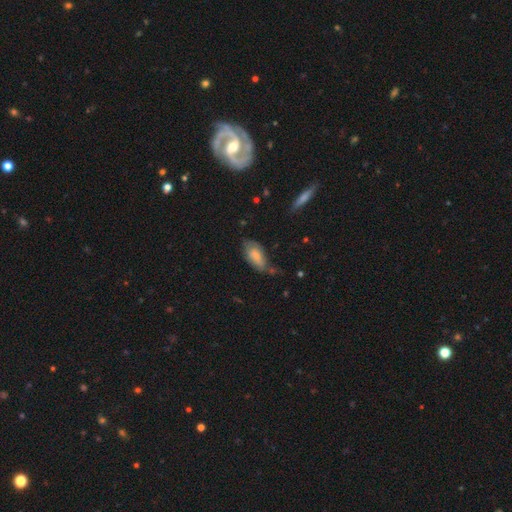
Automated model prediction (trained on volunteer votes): A smooth galaxy with no disk features (72%) that is in between round and cigar-shaped (89%).

Vote fractions:
- Smooth or featured? smooth: 72% / featured or disk: 20% / star or artifact: 7%
- How rounded? in between: 89% / cigar-shaped: 9% / round: 3%
- Merging? none: 45% / minor disturbance: 37% / major disturbance: 13% / merger: 5%